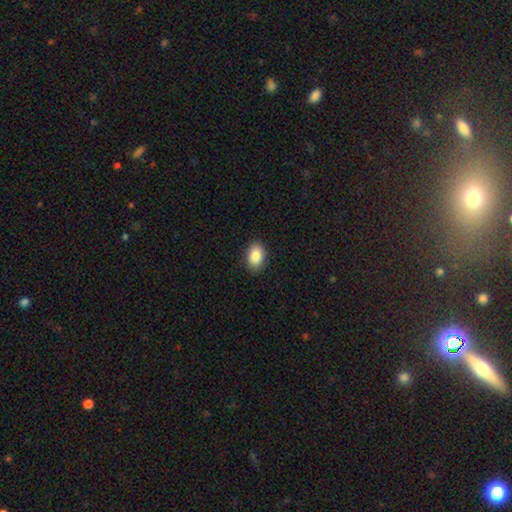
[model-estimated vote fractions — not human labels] The model was most divided on "how rounded": in between: 84%, round: 15%, cigar-shaped: 1%. More confident: merging — none (89%); smooth or featured — smooth (86%).